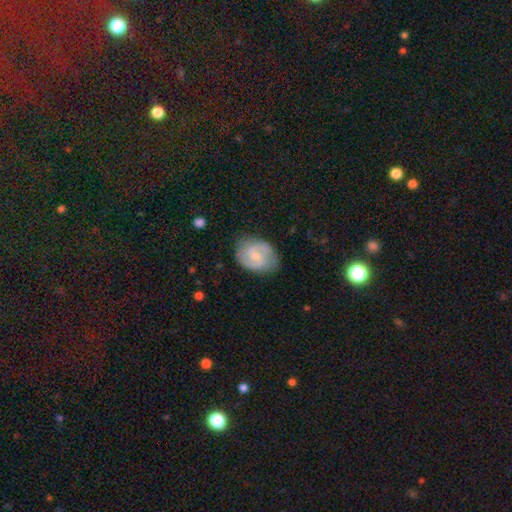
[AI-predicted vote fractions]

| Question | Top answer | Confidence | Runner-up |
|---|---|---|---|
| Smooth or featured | featured or disk | 77% | smooth (18%) |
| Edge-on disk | no | 98% | yes (2%) |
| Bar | weak | 56% | no (34%) |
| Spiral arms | yes | 94% | no (6%) |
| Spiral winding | medium | 53% | tight (28%) |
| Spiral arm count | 2 | 88% | can't tell (6%) |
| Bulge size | small | 56% | moderate (36%) |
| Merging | none | 79% | minor disturbance (16%) |